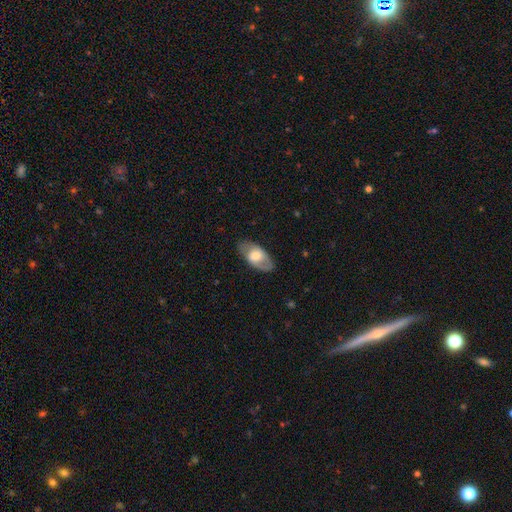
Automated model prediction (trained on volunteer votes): smooth 48%, featured or disk 47%, star or artifact 6%. Down the decision tree: merging — none (81%).